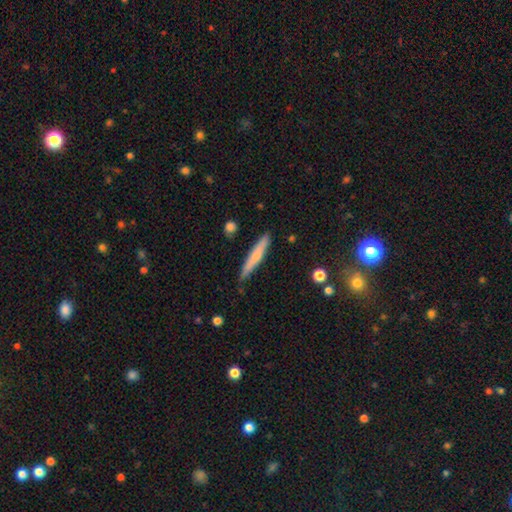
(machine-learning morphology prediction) A smooth galaxy with no disk features (56%) that is cigar-shaped (92%). Merging: none (83%).